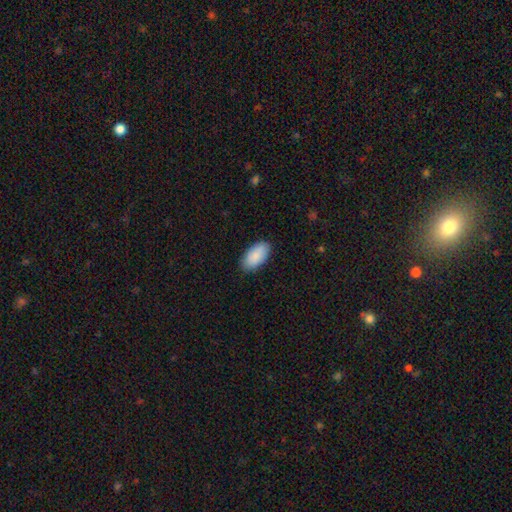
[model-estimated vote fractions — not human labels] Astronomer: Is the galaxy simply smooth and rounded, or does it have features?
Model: smooth — 88%.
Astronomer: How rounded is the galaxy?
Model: in between — 95%.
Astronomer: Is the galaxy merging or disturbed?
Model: none — 86%.